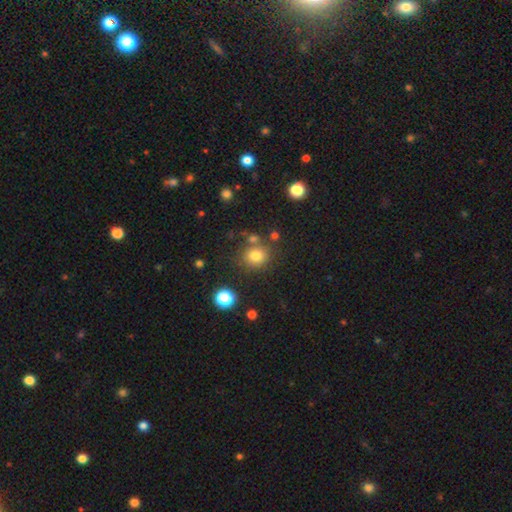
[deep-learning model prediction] smooth-or-featured: smooth: 77% | star or artifact: 15% | featured or disk: 8%
  how-rounded: round: 80% | in between: 19% | cigar-shaped: 1%
  merging: none: 74% | minor disturbance: 11% | merger: 10% | major disturbance: 4%